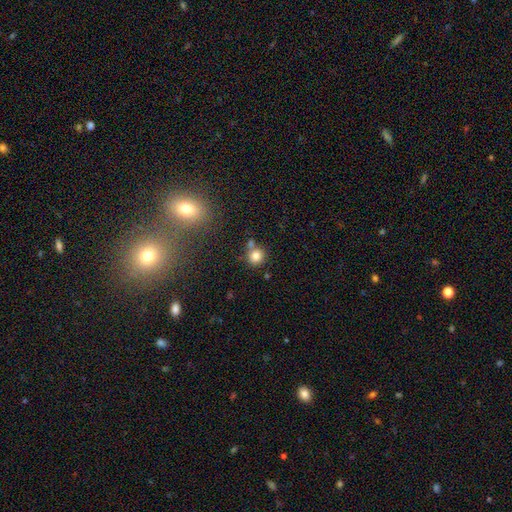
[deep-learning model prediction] smooth_or_featured: smooth (p=0.81) [alt: star or artifact p=0.11]
how_rounded: round (p=0.88) [alt: in between p=0.11]
merging: none (p=0.65) [alt: merger p=0.21]